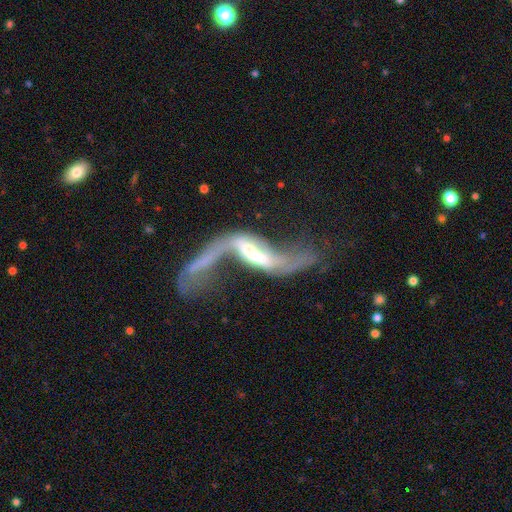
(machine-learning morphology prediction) This appears to be a featured or disk galaxy (80%) with a strong bar (40%), 2 (87%) loose (93%) spiral arms (76%) and a moderate central bulge (45%). Merging: merger (50%).